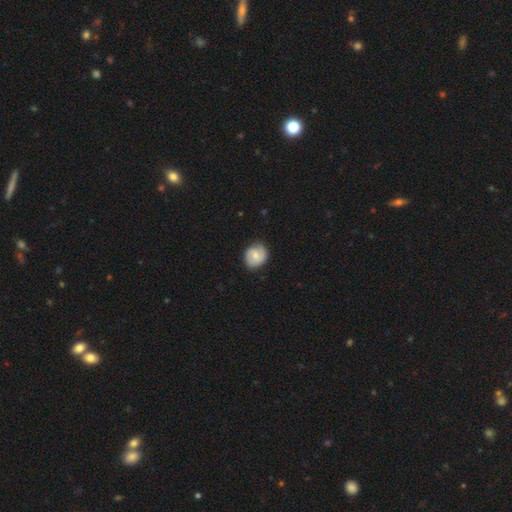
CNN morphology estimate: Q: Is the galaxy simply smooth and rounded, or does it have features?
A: smooth — 58%.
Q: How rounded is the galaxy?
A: round — 71%.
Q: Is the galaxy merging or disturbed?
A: none — 78%.